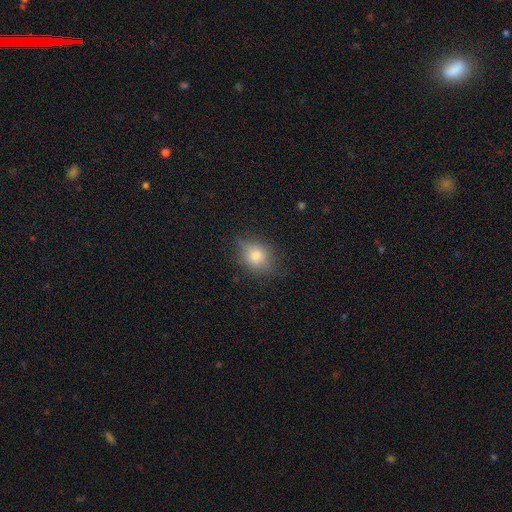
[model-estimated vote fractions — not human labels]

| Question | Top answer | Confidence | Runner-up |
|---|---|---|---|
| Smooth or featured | smooth | 74% | featured or disk (15%) |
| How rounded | round | 50% | in between (48%) |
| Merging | none | 70% | minor disturbance (23%) |